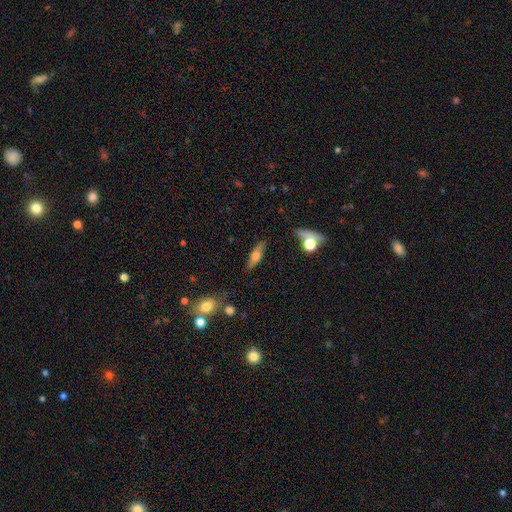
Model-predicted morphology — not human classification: smooth 48%, featured or disk 44%, star or artifact 8%. Down the decision tree: merging — none (82%).